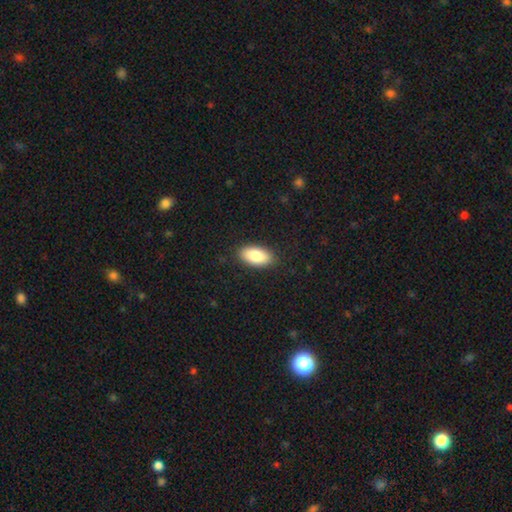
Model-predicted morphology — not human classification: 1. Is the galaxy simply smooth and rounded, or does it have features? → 85% smooth, 9% featured or disk, 6% star or artifact.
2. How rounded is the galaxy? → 93% in between, 5% cigar-shaped, 2% round.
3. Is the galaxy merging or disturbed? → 88% none, 9% minor disturbance, 2% major disturbance, 1% merger.